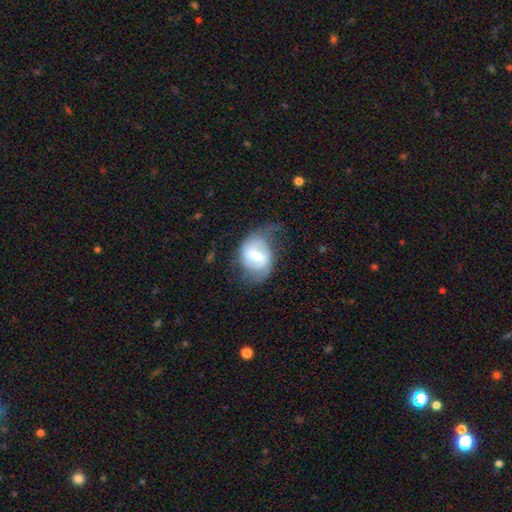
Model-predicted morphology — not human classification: This is likely a featured or disk galaxy (66%). It is clearly not viewed edge-on (96%). Bar: possibly weak (47%). Spiral arm pattern: likely yes (74%). Central bulge: possibly moderate (56%). Merging: possibly none (48%).